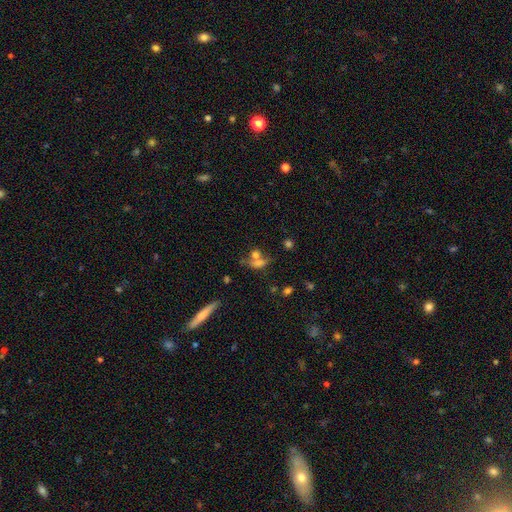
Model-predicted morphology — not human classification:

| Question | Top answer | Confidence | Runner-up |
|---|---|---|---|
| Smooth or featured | smooth | 64% | featured or disk (18%) |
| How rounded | in between | 46% | round (37%) |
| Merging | none | 40% | tied: merger (40%) |